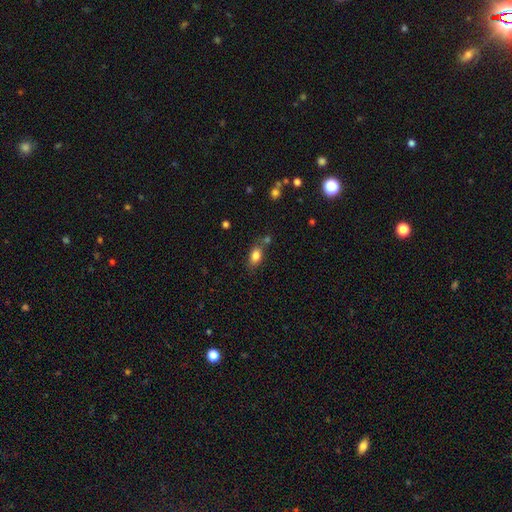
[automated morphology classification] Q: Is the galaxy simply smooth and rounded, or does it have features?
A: smooth — 83%.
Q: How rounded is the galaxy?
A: in between — 84%.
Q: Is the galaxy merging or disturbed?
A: none — 65%.